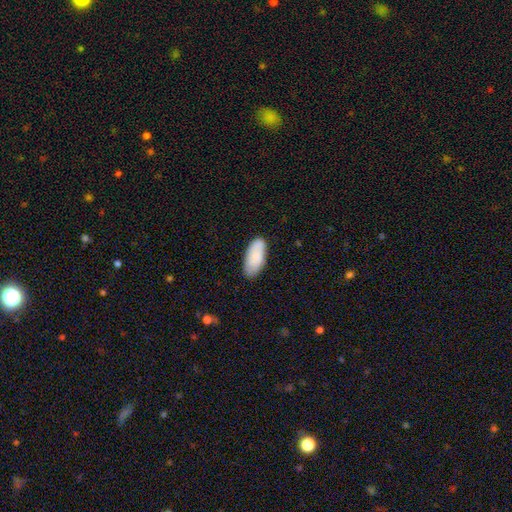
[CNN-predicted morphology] smooth_or_featured: smooth (p=0.86) [alt: featured or disk p=0.08]
how_rounded: in between (p=0.90) [alt: cigar-shaped p=0.08]
merging: none (p=0.80) [alt: minor disturbance p=0.16]